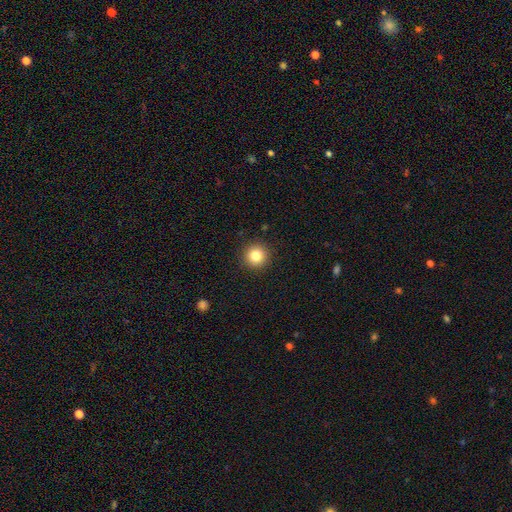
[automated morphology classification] Smooth or featured? Predicted: smooth (p=0.83). How rounded? Predicted: round (p=0.95). Merging? Predicted: none (p=0.92).